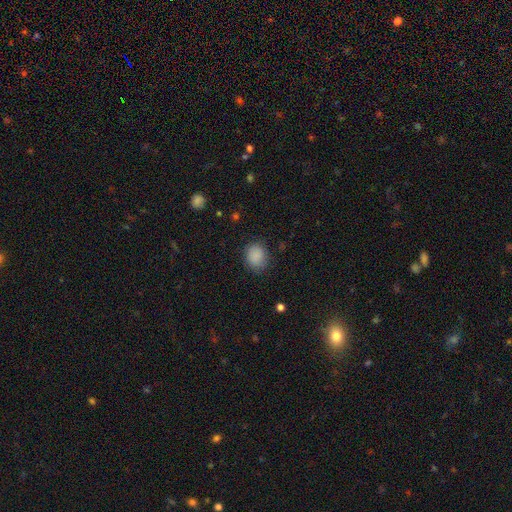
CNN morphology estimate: Smooth or featured?
  - smooth: 87% *
  - star or artifact: 9%
  - featured or disk: 4%
How rounded?
  - round: 61% *
  - in between: 38%
  - cigar-shaped: 1%
Merging?
  - none: 81% *
  - minor disturbance: 14%
  - major disturbance: 4%
  - merger: 1%